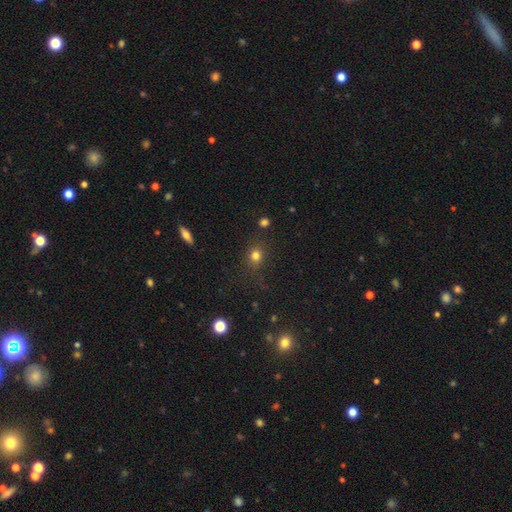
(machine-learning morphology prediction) The model was most divided on "how rounded": round: 71%, in between: 27%, cigar-shaped: 2%. More confident: merging — none (80%); smooth or featured — smooth (76%).